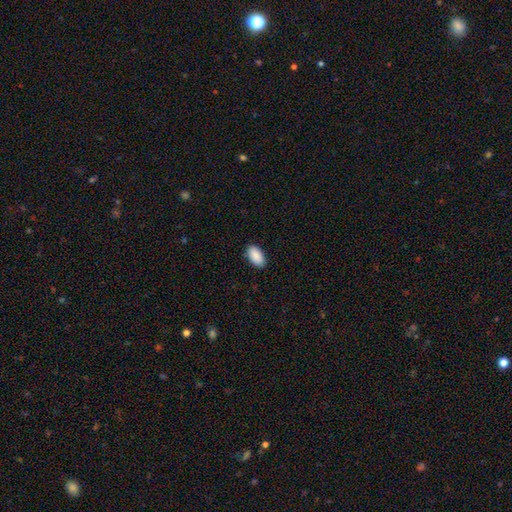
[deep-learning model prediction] Morphology: type=smooth (91%); roundness=in between (95%); merging=none (88%).